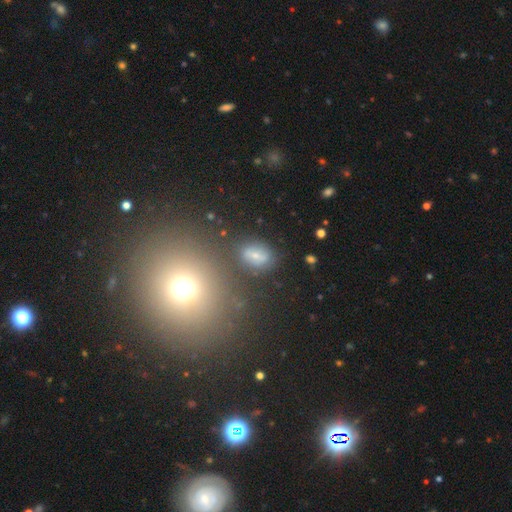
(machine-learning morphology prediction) type=smooth (51%); roundness=in between (73%); merging=none (74%).